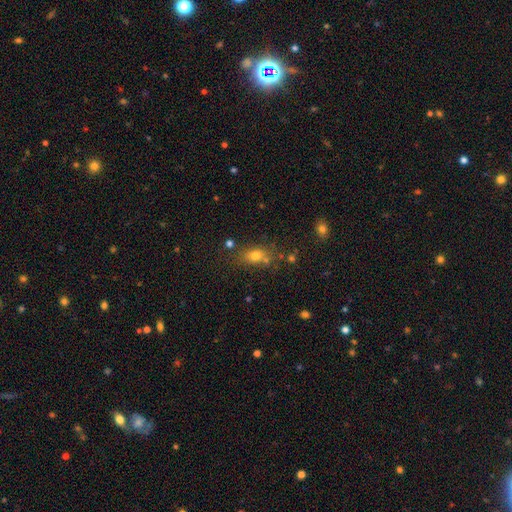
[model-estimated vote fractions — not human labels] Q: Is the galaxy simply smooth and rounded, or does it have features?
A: smooth — 71%.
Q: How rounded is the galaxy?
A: in between — 62%.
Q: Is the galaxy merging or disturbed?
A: none — 63%.